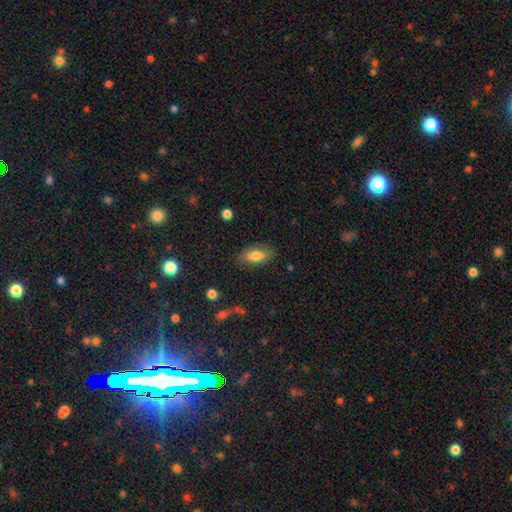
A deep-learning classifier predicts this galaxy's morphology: Q: Smooth or featured?
A: smooth (72%); runner-up: featured or disk (20%)
Q: How rounded?
A: in between (84%); runner-up: cigar-shaped (12%)
Q: Merging?
A: none (76%); runner-up: minor disturbance (17%)